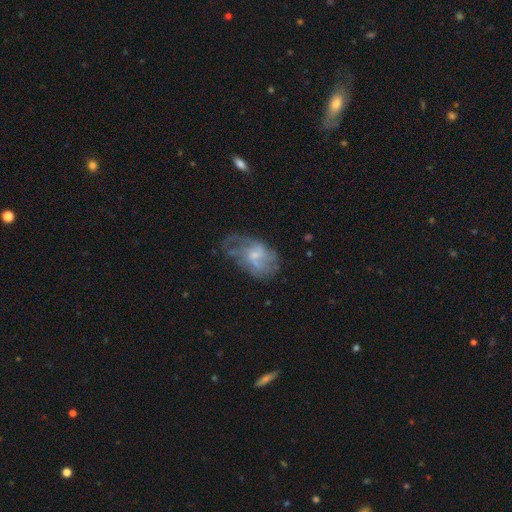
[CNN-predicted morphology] Overall: featured or disk (71%). Edge-on disk: no (97%). Bar: no (47%; weak 46%). Spiral arms: yes (77%). Spiral arm count: can't tell (40%; 2 29%). Spiral winding: medium (42%; loose 34%). Bulge size: small (52%; moderate 29%). Merging: none (46%; major disturbance 27%).